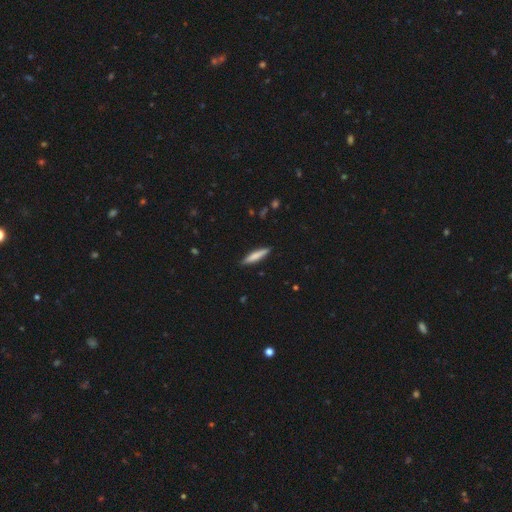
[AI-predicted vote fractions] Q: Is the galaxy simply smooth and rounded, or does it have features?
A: smooth — 71%.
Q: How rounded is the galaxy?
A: cigar-shaped — 88%.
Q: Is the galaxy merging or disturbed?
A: none — 88%.